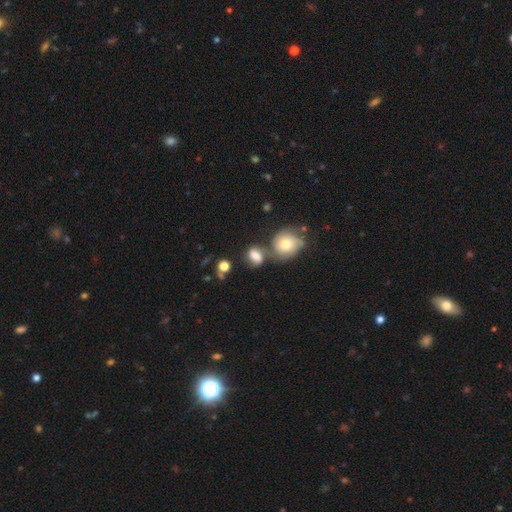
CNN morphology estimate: Smooth or featured?
  - smooth: 68% *
  - featured or disk: 21%
  - star or artifact: 11%
How rounded?
  - in between: 58% *
  - round: 40%
  - cigar-shaped: 2%
Merging?
  - none: 45% *
  - merger: 28%
  - minor disturbance: 18%
  - major disturbance: 9%